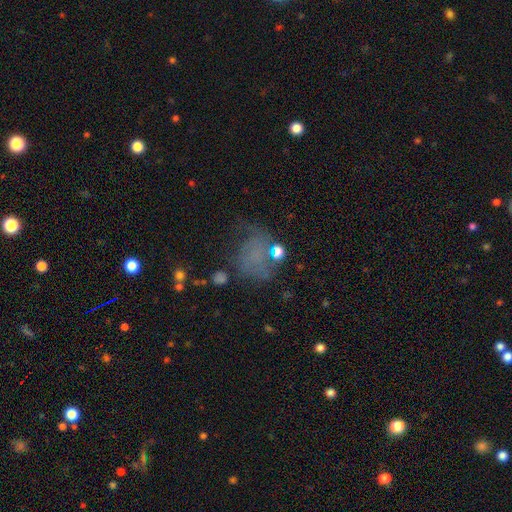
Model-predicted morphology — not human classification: Smooth or featured?
  - smooth: 45% *
  - featured or disk: 30%
  - star or artifact: 25%
Merging?
  - none: 37% *
  - major disturbance: 33%
  - minor disturbance: 24%
  - merger: 6%